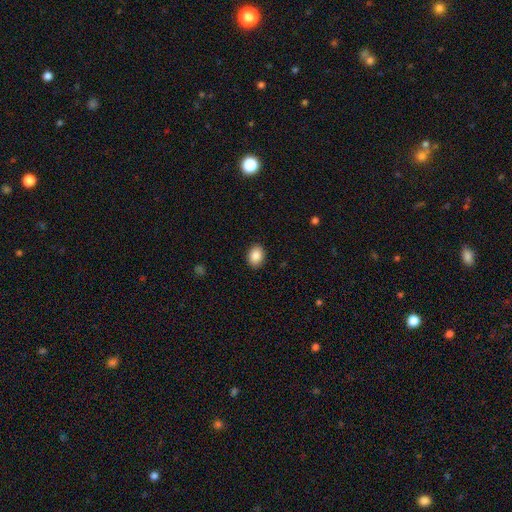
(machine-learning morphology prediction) Smooth or featured?
  - smooth: 88% *
  - star or artifact: 8%
  - featured or disk: 4%
How rounded?
  - in between: 57% *
  - round: 42%
  - cigar-shaped: 1%
Merging?
  - none: 90% *
  - minor disturbance: 7%
  - major disturbance: 2%
  - merger: 1%